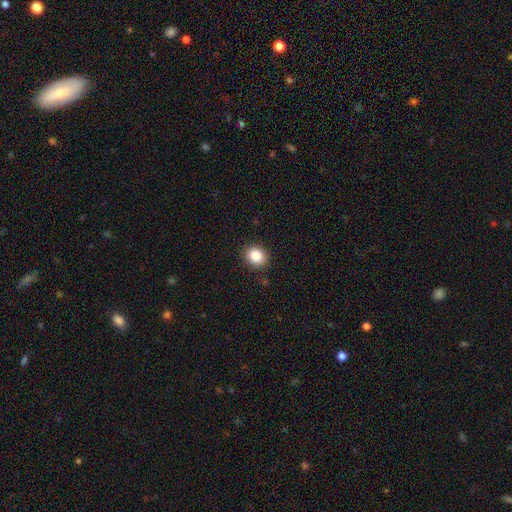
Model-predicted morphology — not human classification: Q: Smooth or featured?
A: smooth (86%); runner-up: star or artifact (9%)
Q: How rounded?
A: round (65%); runner-up: in between (34%)
Q: Merging?
A: none (88%); runner-up: minor disturbance (8%)